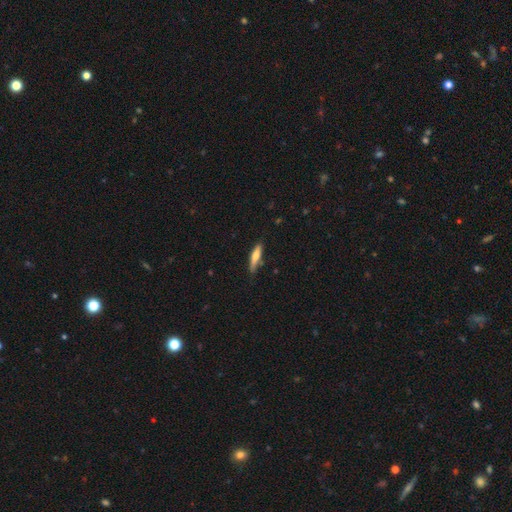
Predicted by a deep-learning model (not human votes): Smooth or featured: smooth — 63% (featured or disk — 32%)
How rounded: cigar-shaped — 80% (in between — 18%)
Merging: none — 76% (minor disturbance — 18%)